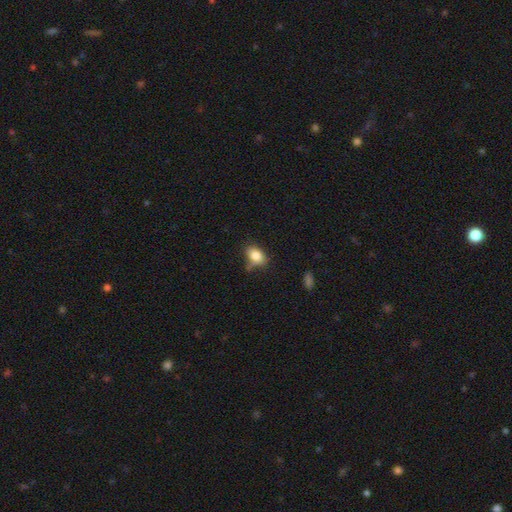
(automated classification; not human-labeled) Q: Smooth or featured?
A: smooth (82%); runner-up: star or artifact (9%)
Q: How rounded?
A: in between (78%); runner-up: round (20%)
Q: Merging?
A: none (62%); runner-up: minor disturbance (25%)